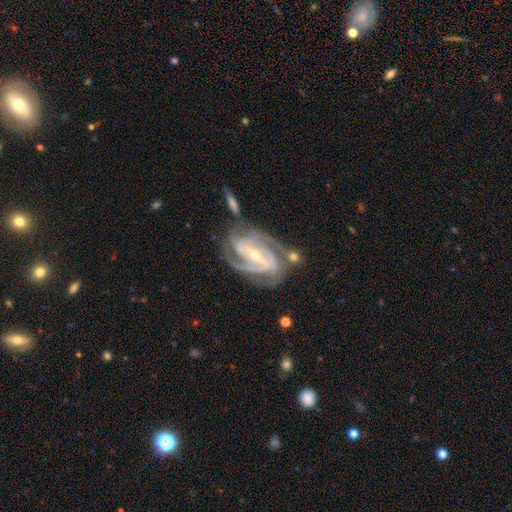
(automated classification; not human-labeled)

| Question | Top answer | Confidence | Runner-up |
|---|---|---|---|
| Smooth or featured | featured or disk | 93% | star or artifact (4%) |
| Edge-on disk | no | 97% | yes (3%) |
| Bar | strong | 64% | weak (26%) |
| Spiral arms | yes | 98% | no (2%) |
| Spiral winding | tight | 62% | medium (34%) |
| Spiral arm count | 2 | 52% | 3 (29%) |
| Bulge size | small | 64% | moderate (32%) |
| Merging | none | 68% | minor disturbance (17%) |